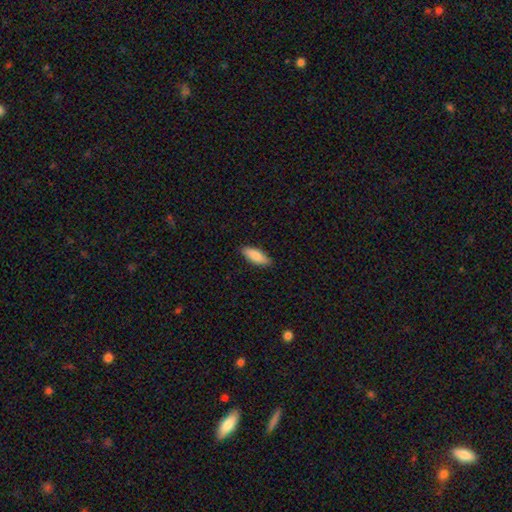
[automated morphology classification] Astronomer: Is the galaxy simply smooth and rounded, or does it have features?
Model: smooth — 85%.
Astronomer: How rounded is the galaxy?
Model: in between — 66%.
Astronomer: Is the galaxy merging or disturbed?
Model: none — 86%.